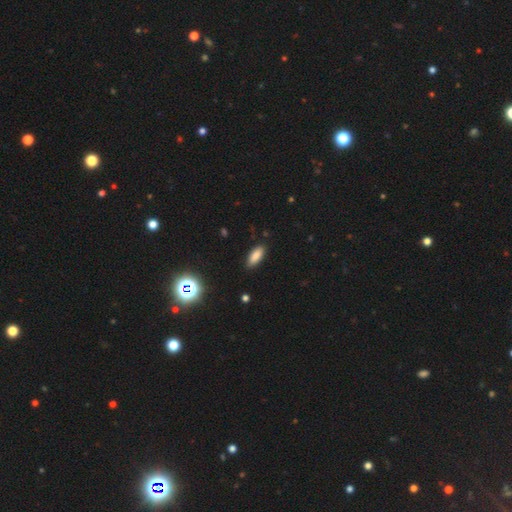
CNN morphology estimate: type=smooth (84%); roundness=in between (78%); merging=none (87%).